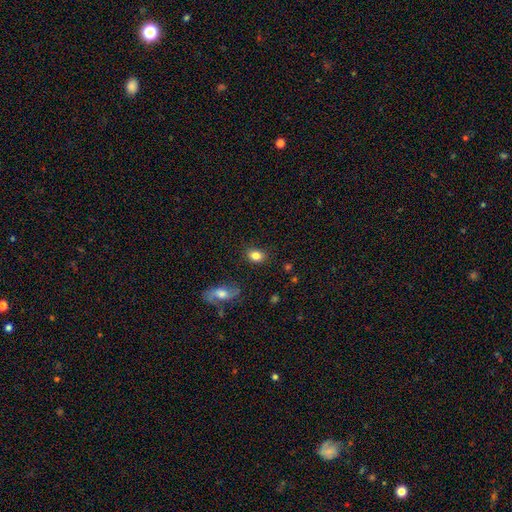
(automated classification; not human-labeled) Overall: smooth (83%). How rounded: in between (72%). Merging: none (85%).